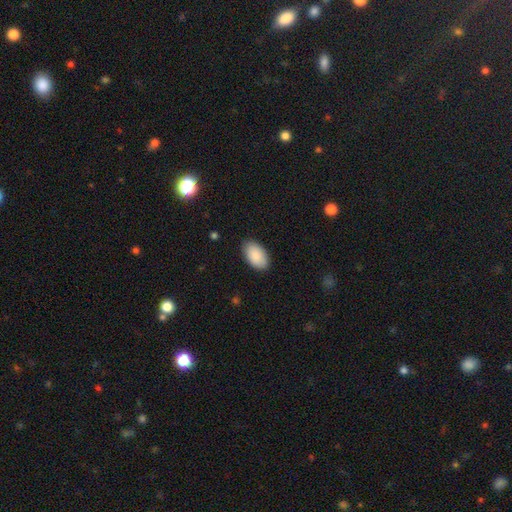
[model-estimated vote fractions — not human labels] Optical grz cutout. It shows a smooth galaxy with no disk features (89%) that is in between round and cigar-shaped (95%). Merging: none (87%).